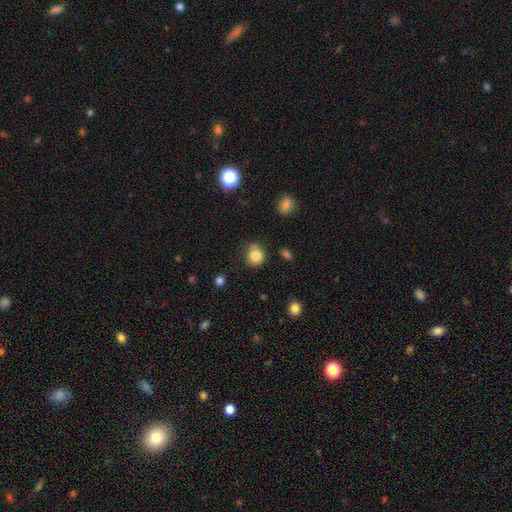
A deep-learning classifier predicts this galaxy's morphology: smooth_or_featured: smooth (p=0.83) [alt: star or artifact p=0.11]
how_rounded: round (p=0.83) [alt: in between p=0.16]
merging: none (p=0.71) [alt: minor disturbance p=0.20]